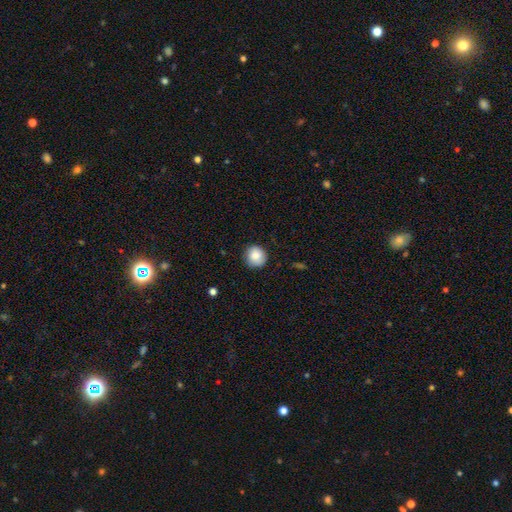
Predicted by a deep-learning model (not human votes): Smooth or featured? Predicted: smooth (p=0.86). How rounded? Predicted: round (p=0.90). Merging? Predicted: none (p=0.85).